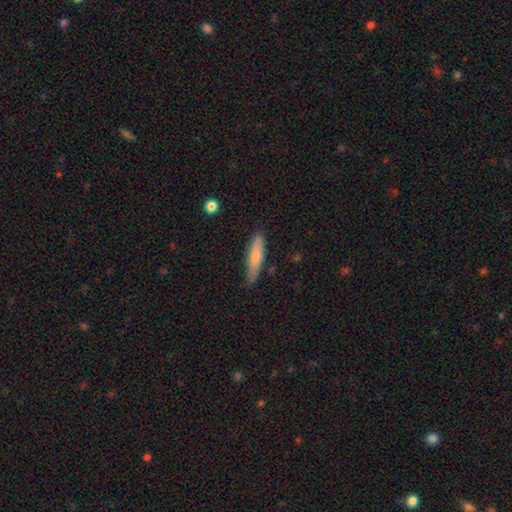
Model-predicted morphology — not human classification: This appears to be a smooth galaxy with no disk features (68%) that is cigar-shaped (78%). Merging: none (77%).